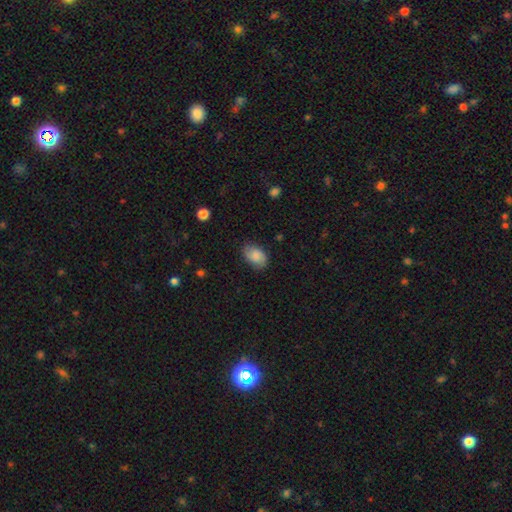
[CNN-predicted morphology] Smooth or featured?
  - smooth: 79% *
  - featured or disk: 14%
  - star or artifact: 7%
How rounded?
  - in between: 87% *
  - round: 12%
  - cigar-shaped: 1%
Merging?
  - none: 77% *
  - minor disturbance: 18%
  - major disturbance: 4%
  - merger: 1%